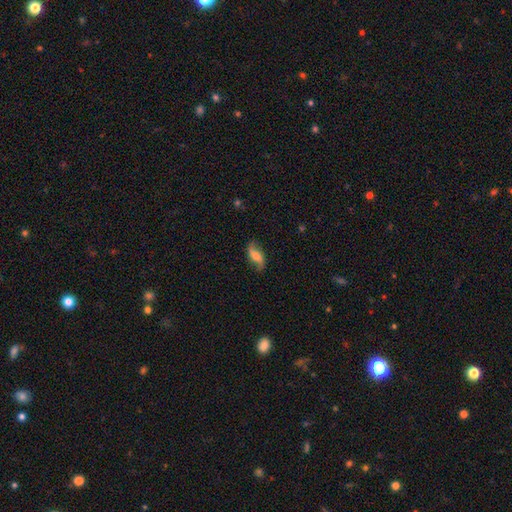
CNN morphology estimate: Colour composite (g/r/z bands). It shows a featured or disk galaxy (63%) with no bar (44%), 2 (91%) loose (79%) spiral arms (92%) and a moderate central bulge (41%). Merging: none (79%).